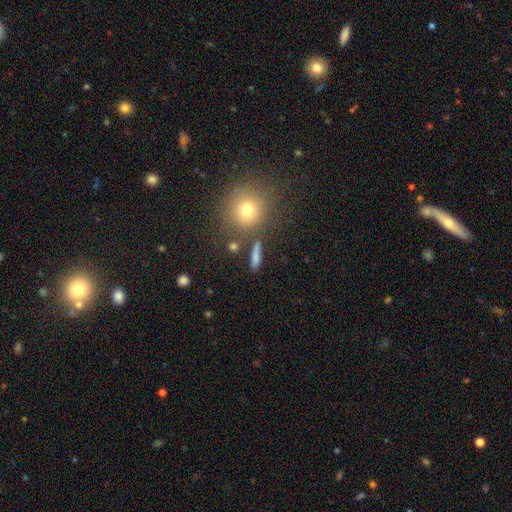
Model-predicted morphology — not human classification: A smooth galaxy with no disk features (74%) that is cigar-shaped (63%).

Vote fractions:
- Smooth or featured? smooth: 74% / featured or disk: 14% / star or artifact: 12%
- How rounded? cigar-shaped: 63% / in between: 23% / round: 14%
- Merging? none: 78% / minor disturbance: 11% / merger: 7% / major disturbance: 4%